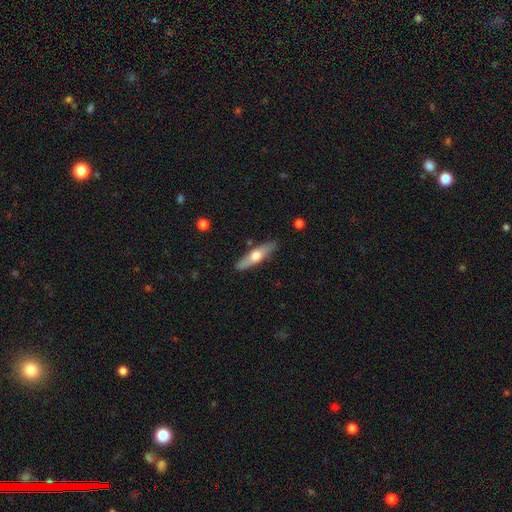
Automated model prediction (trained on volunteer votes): A smooth galaxy with no disk features (48%). Merging: none (86%).